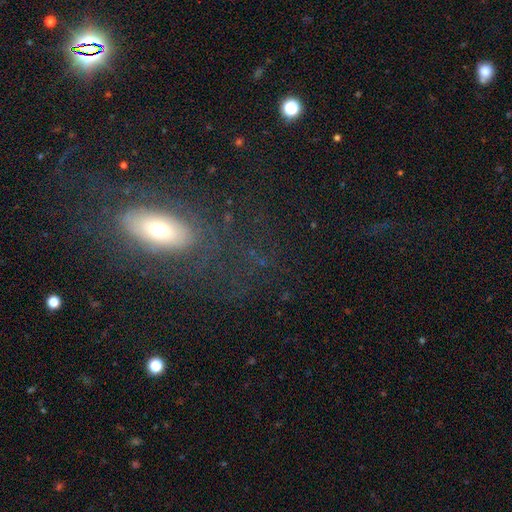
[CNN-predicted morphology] type=smooth (47%); merging=none (67%).